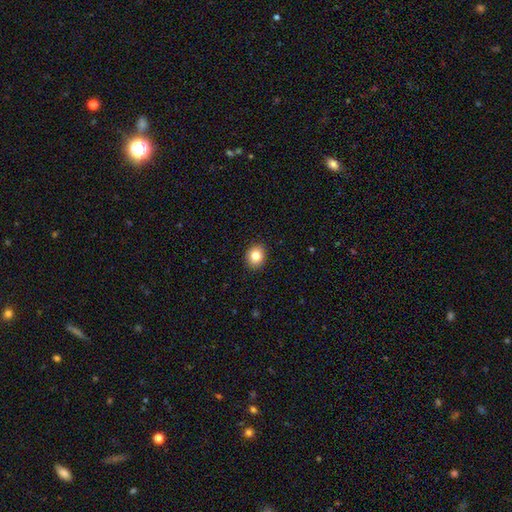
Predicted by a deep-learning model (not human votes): smooth 83%, star or artifact 10%, featured or disk 7%. Down the decision tree: how rounded — round (67%); merging — none (91%).